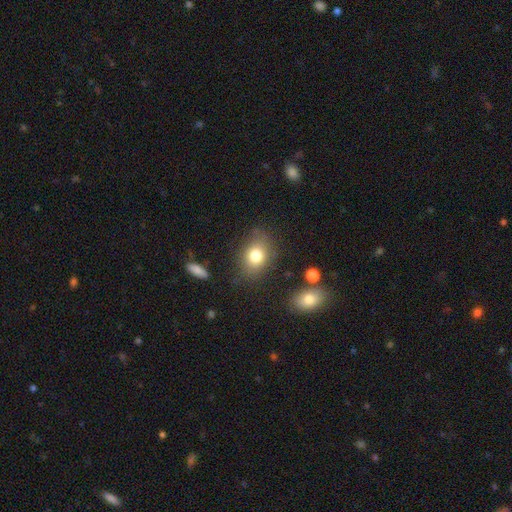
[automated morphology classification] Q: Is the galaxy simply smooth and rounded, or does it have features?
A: smooth — 78%.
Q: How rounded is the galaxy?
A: in between — 63%.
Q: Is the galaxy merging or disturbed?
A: none — 79%.